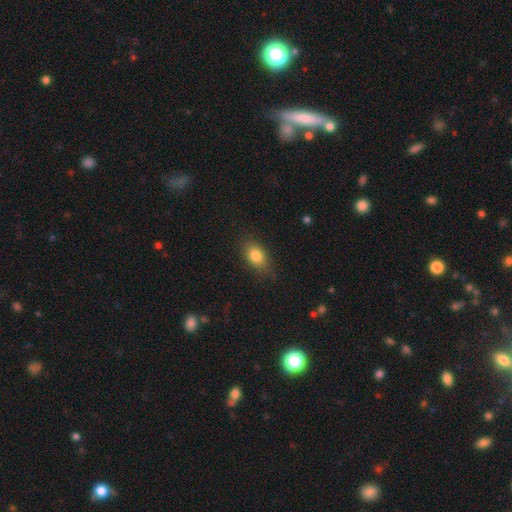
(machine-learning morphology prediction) Overall: smooth (83%). How rounded: in between (84%). Merging: none (81%).